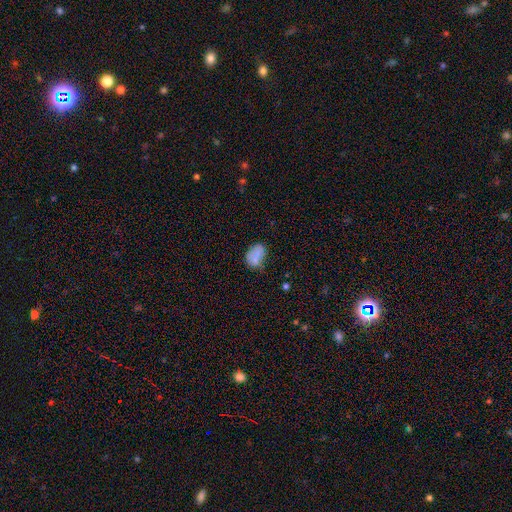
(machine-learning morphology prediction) The model was most divided on "merging": none: 45%, minor disturbance: 28%, merger: 15%, major disturbance: 11%. More confident: how rounded — in between (80%); smooth or featured — smooth (74%).